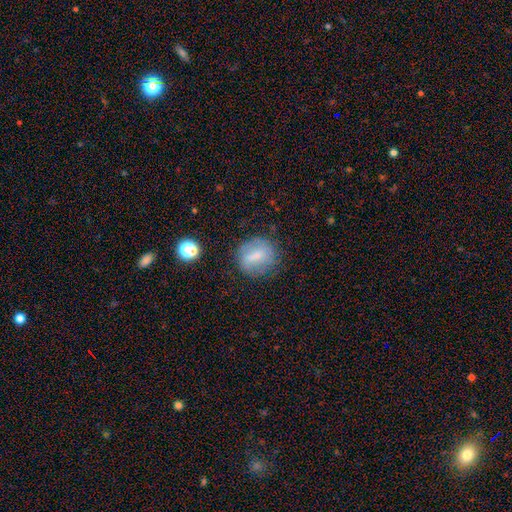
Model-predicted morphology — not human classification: smooth-or-featured: smooth: 60% | featured or disk: 29% | star or artifact: 11%
  how-rounded: round: 70% | in between: 28% | cigar-shaped: 2%
  merging: none: 69% | minor disturbance: 20% | major disturbance: 9% | merger: 3%